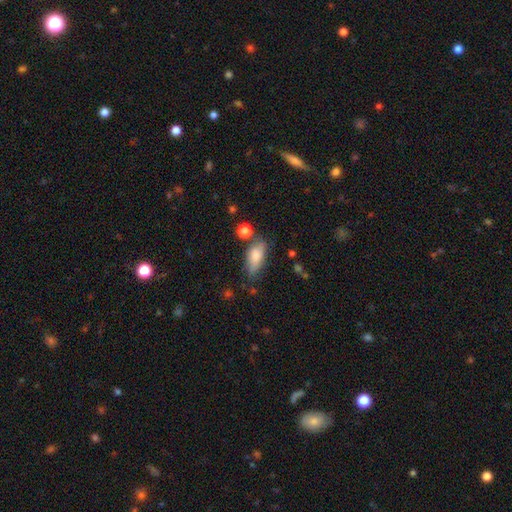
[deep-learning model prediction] Smooth or featured? smooth (79%)
How rounded? in between (82%)
Merging? none (58%)